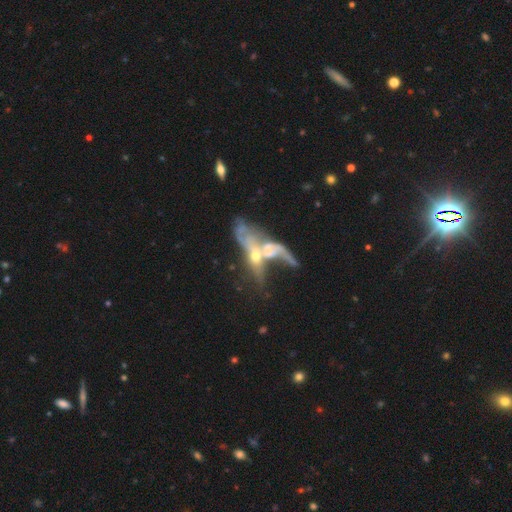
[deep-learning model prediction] Smooth or featured? featured or disk (68%)
Edge-on disk? no (78%)
Bar? no (75%)
Spiral arms? no (57%)
Bulge size? moderate (45%)
Merging? merger (69%)